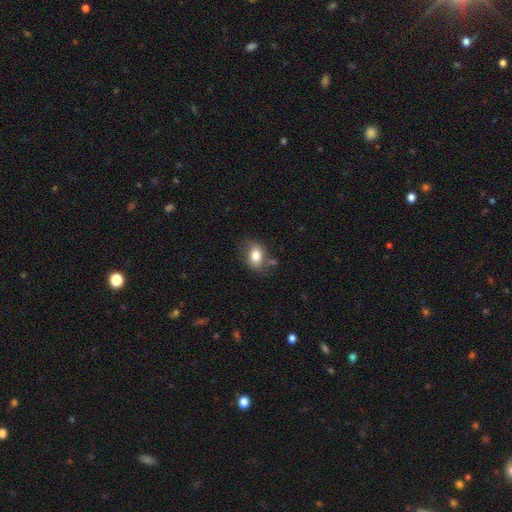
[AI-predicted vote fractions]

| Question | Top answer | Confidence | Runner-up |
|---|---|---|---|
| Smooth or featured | smooth | 80% | featured or disk (11%) |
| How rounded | in between | 72% | round (27%) |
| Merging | none | 65% | minor disturbance (21%) |